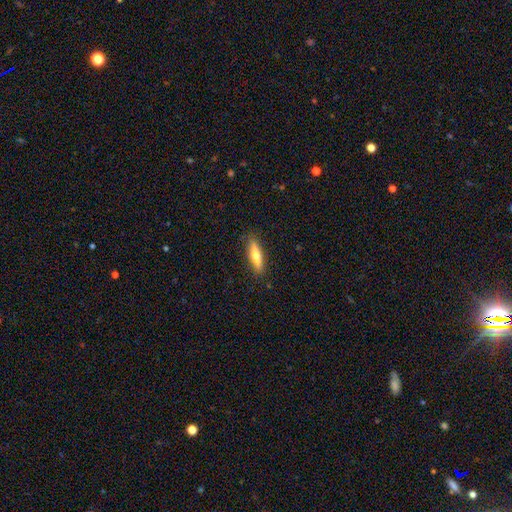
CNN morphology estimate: The model was most divided on "smooth or featured": smooth: 65%, featured or disk: 28%, star or artifact: 7%. More confident: merging — none (80%); how rounded — cigar-shaped (68%).